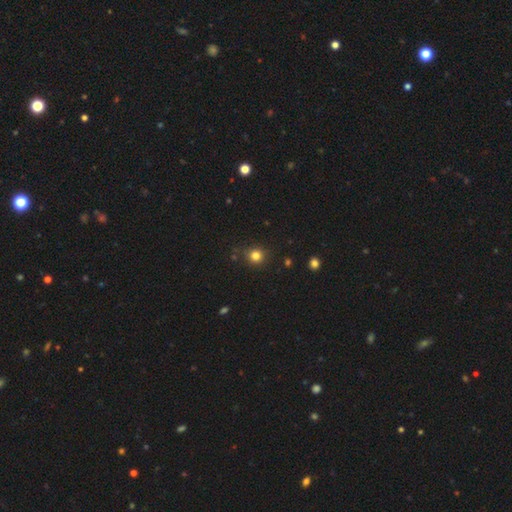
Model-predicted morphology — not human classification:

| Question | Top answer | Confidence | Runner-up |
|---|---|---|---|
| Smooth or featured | smooth | 81% | star or artifact (14%) |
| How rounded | round | 90% | in between (9%) |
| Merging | none | 84% | minor disturbance (10%) |